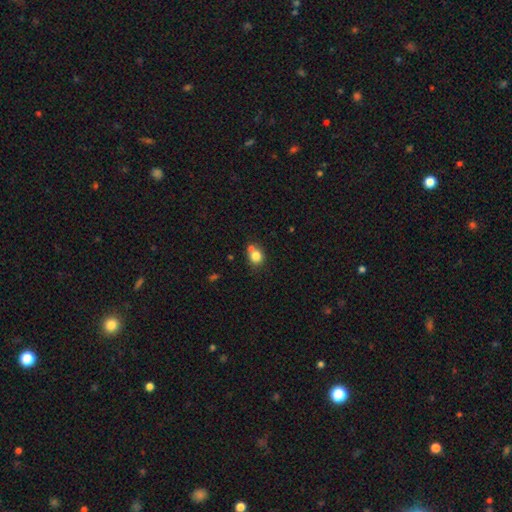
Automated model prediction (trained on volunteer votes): smooth-or-featured: smooth: 80% | star or artifact: 11% | featured or disk: 9%
  how-rounded: round: 77% | in between: 22% | cigar-shaped: 1%
  merging: none: 55% | merger: 30% | minor disturbance: 12% | major disturbance: 4%